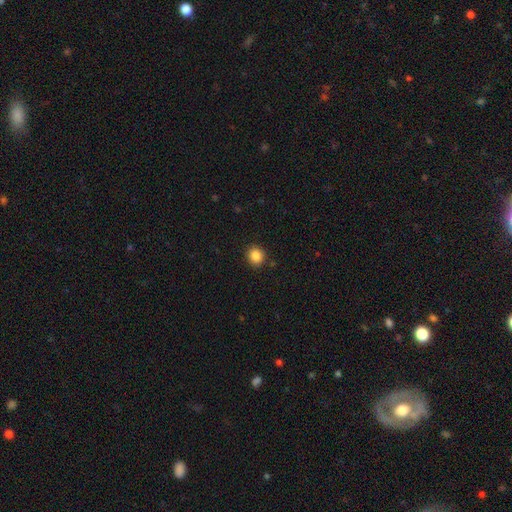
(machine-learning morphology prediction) Overall: smooth (87%). How rounded: round (77%). Merging: none (89%).